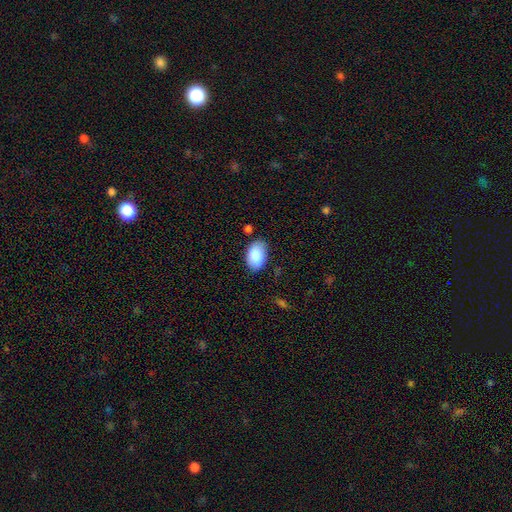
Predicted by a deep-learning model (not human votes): smooth-or-featured: smooth: 89% | star or artifact: 6% | featured or disk: 5%
  how-rounded: in between: 92% | round: 7% | cigar-shaped: 1%
  merging: none: 78% | minor disturbance: 16% | major disturbance: 3% | merger: 3%